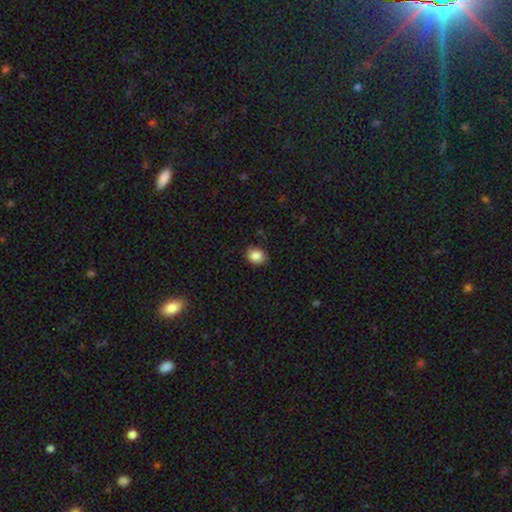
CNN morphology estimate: type=smooth (86%); roundness=in between (54%); merging=none (81%).